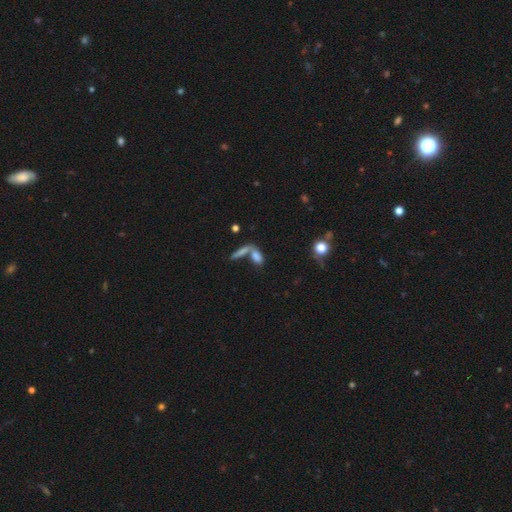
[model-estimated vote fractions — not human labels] A smooth galaxy with no disk features (72%) that is in between round and cigar-shaped (63%). Merging: merger (50%).